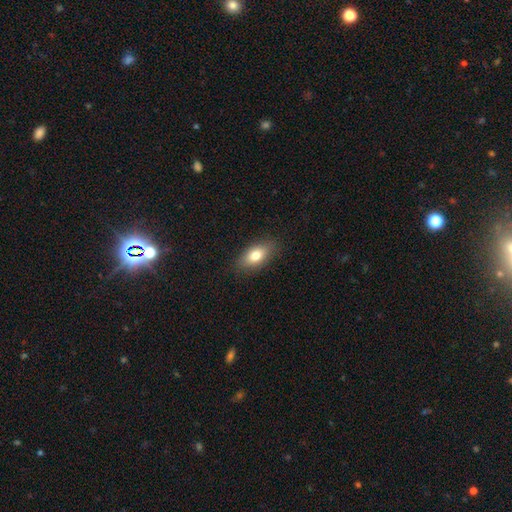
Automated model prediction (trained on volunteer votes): Morphology: type=smooth (78%); roundness=in between (86%); merging=none (86%).